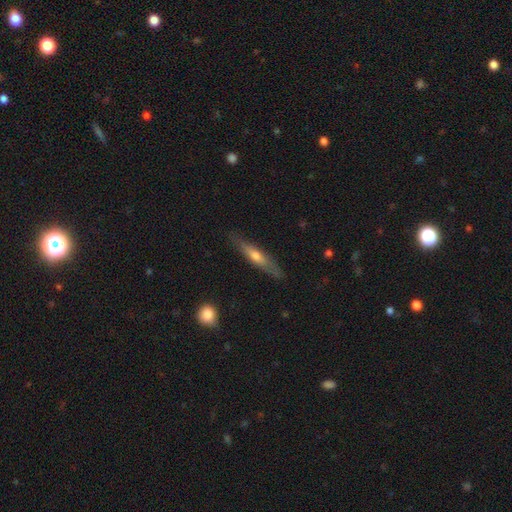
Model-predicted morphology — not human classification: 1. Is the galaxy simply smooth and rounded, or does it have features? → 53% featured or disk, 41% smooth, 6% star or artifact.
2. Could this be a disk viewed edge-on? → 86% yes, 14% no.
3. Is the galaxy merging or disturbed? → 83% none, 13% minor disturbance, 3% major disturbance, 1% merger.